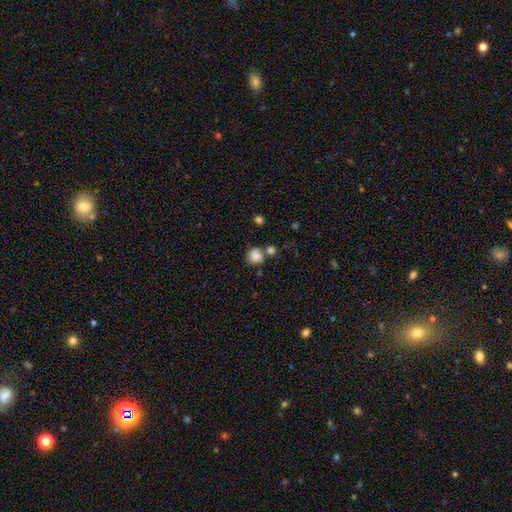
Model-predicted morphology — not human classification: Overall: smooth (85%). How rounded: round (90%). Merging: none (66%).